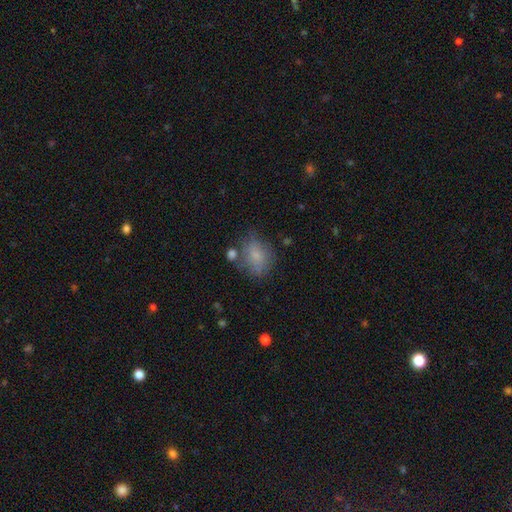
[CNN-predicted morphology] This appears to be a smooth galaxy with no disk features (73%) that is in between round and cigar-shaped (57%). Merging: none (59%).